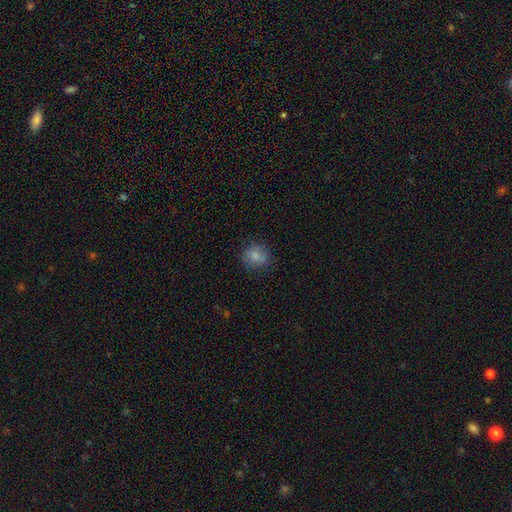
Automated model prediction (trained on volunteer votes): Q: Smooth or featured?
A: smooth (80%); runner-up: featured or disk (11%)
Q: How rounded?
A: round (72%); runner-up: in between (27%)
Q: Merging?
A: none (77%); runner-up: minor disturbance (17%)